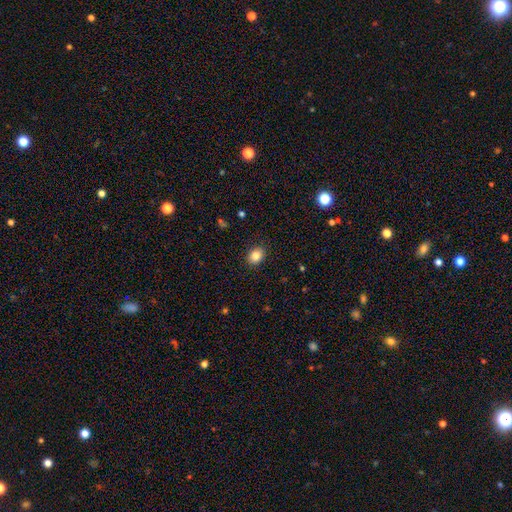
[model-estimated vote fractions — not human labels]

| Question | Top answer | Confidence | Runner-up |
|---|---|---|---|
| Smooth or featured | smooth | 84% | star or artifact (10%) |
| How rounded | in between | 53% | round (46%) |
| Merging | none | 89% | minor disturbance (8%) |